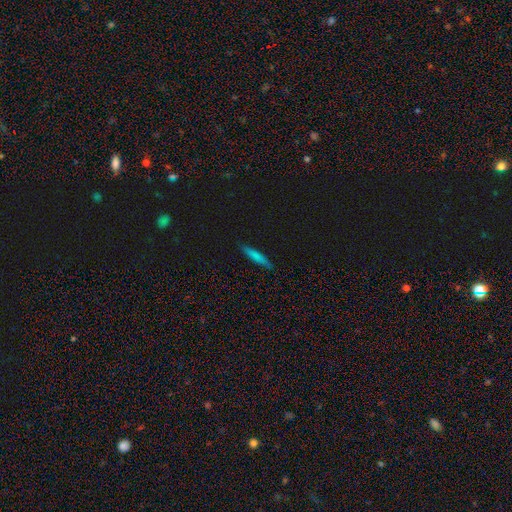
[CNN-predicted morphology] smooth 66%, featured or disk 25%, star or artifact 9%. Down the decision tree: how rounded — cigar-shaped (91%); merging — none (89%).